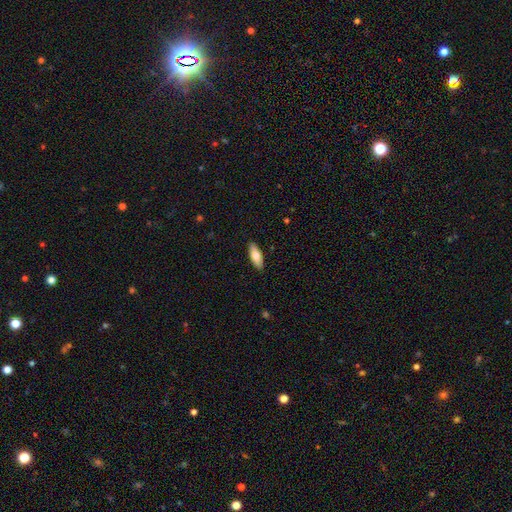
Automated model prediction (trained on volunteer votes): A smooth galaxy with no disk features (72%) that is in between round and cigar-shaped (68%). Merging: none (90%).